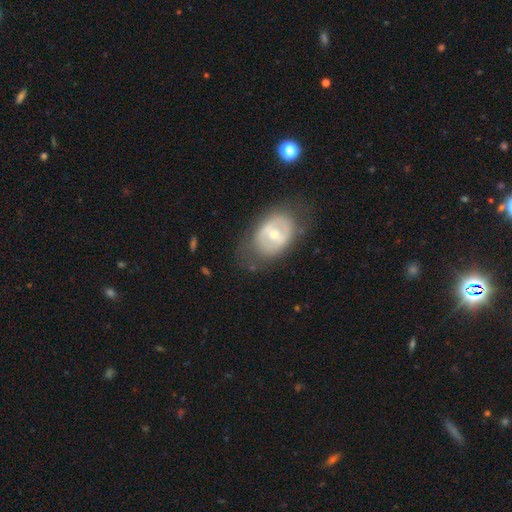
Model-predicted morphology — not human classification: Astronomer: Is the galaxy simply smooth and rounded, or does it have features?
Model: featured or disk — 63%.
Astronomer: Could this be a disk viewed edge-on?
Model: no — 92%.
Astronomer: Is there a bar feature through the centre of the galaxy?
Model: weak — 43% (runner-up: no, 30%).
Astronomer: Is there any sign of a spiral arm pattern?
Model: yes — 53% (runner-up: no, 47%).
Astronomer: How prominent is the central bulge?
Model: moderate — 47% (runner-up: small, 46%).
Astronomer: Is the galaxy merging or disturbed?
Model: none — 71%.